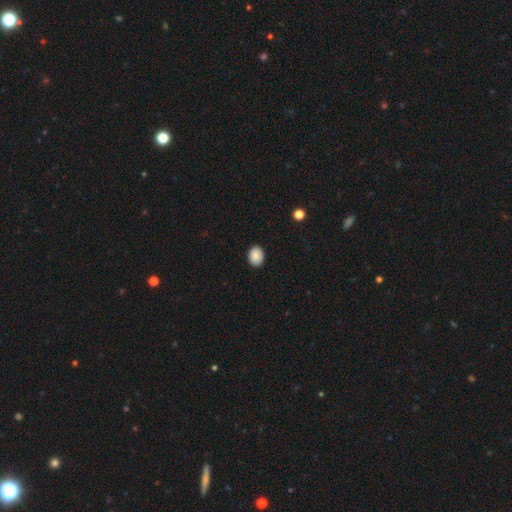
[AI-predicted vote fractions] smooth_or_featured: smooth (p=0.89) [alt: star or artifact p=0.08]
how_rounded: in between (p=0.66) [alt: round p=0.33]
merging: none (p=0.90) [alt: minor disturbance p=0.07]